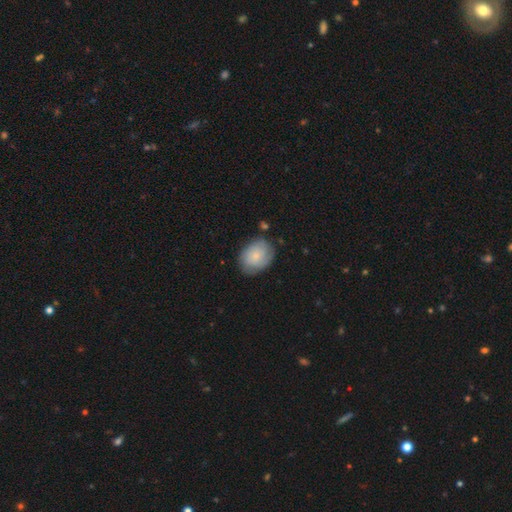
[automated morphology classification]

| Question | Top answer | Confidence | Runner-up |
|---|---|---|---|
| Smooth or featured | smooth | 69% | featured or disk (24%) |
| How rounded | in between | 61% | round (38%) |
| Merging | none | 75% | minor disturbance (19%) |